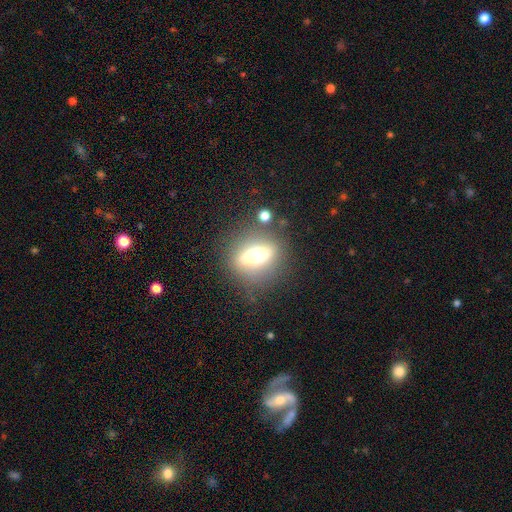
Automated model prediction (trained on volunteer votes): This appears to be a smooth galaxy with no disk features (47%). Merging: none (73%).